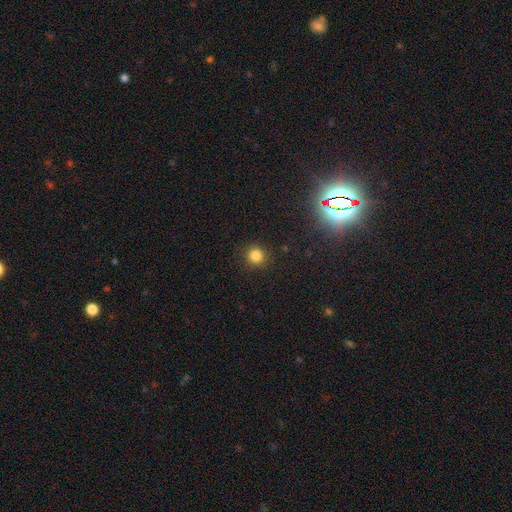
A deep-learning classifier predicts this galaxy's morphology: A smooth galaxy with no disk features (83%) that is round (92%). Merging: none (90%).